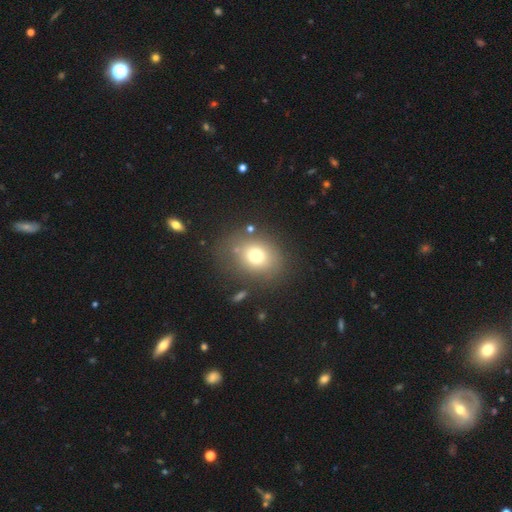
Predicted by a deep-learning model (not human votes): Overall: smooth (74%). How rounded: round (54%; in between 45%). Merging: none (74%).